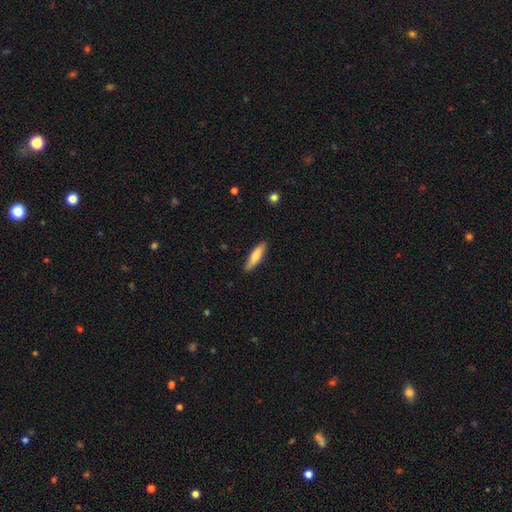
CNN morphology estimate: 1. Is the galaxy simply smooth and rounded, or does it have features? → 75% smooth, 20% featured or disk, 6% star or artifact.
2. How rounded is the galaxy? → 68% cigar-shaped, 31% in between, 2% round.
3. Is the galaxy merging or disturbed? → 87% none, 10% minor disturbance, 2% major disturbance, 1% merger.